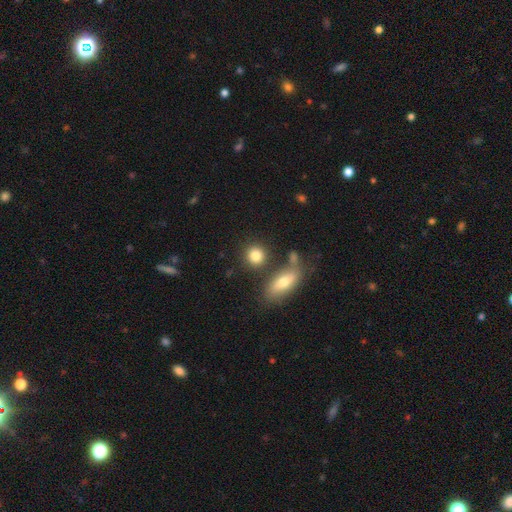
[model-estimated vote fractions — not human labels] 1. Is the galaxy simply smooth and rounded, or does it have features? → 82% smooth, 9% star or artifact, 9% featured or disk.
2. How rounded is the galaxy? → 80% round, 17% in between, 3% cigar-shaped.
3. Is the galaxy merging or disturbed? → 74% none, 13% merger, 10% minor disturbance, 4% major disturbance.